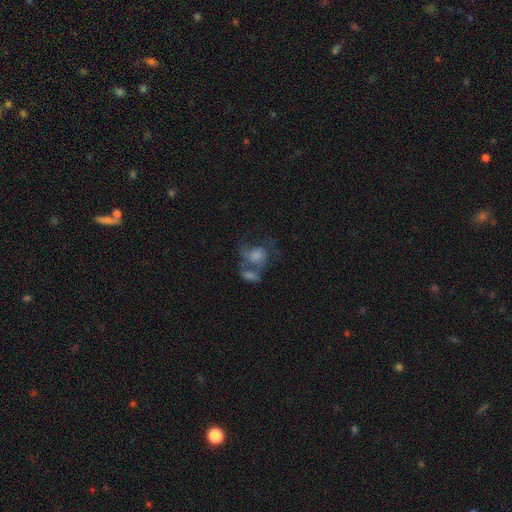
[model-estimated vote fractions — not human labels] Q: Smooth or featured?
A: featured or disk (50%); runner-up: smooth (36%)
Q: Edge-on disk?
A: no (96%); runner-up: yes (4%)
Q: Merging?
A: merger (43%); runner-up: none (28%)